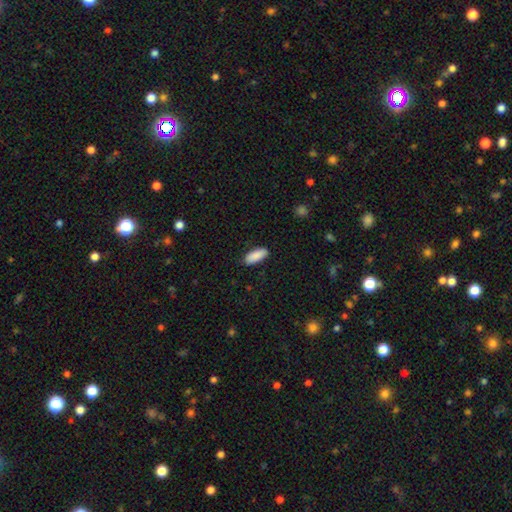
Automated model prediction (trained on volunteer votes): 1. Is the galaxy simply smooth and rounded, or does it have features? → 90% smooth, 6% star or artifact, 4% featured or disk.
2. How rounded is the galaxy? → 82% in between, 16% cigar-shaped, 2% round.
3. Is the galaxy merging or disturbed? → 87% none, 10% minor disturbance, 2% major disturbance, 1% merger.